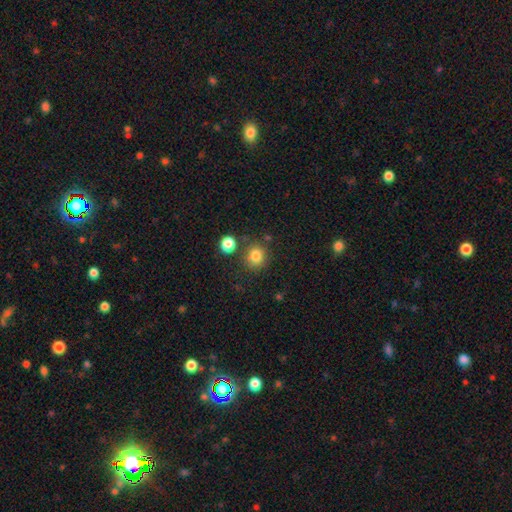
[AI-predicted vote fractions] A smooth galaxy with no disk features (82%) that is round (80%).

Vote fractions:
- Smooth or featured? smooth: 82% / star or artifact: 12% / featured or disk: 6%
- How rounded? round: 80% / in between: 19% / cigar-shaped: 1%
- Merging? none: 77% / minor disturbance: 11% / merger: 8% / major disturbance: 4%